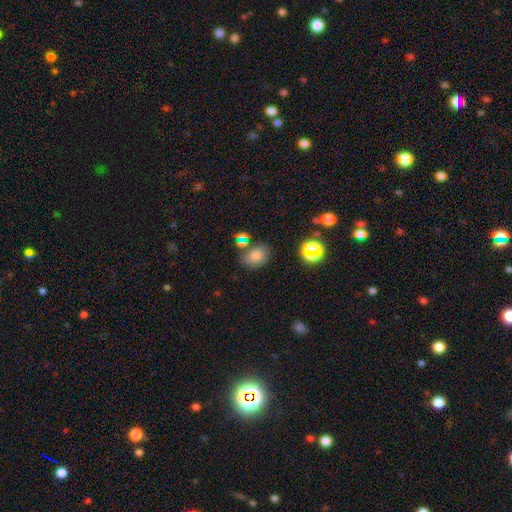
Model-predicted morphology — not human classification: This appears to be a smooth galaxy with no disk features (75%) that is in between round and cigar-shaped (65%). Merging: none (71%).